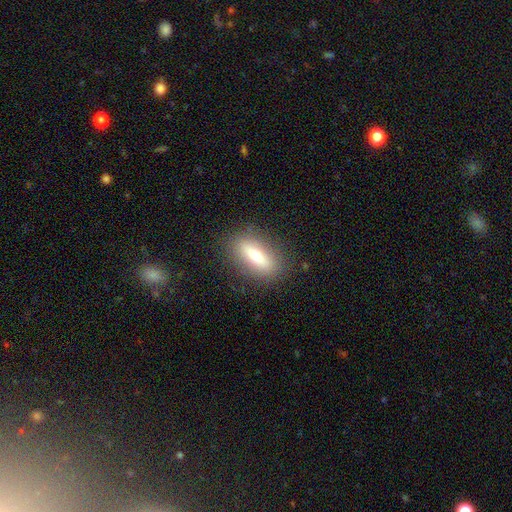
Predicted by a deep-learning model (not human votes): smooth 69%, featured or disk 23%, star or artifact 8%. Down the decision tree: how rounded — in between (61%); merging — none (85%).